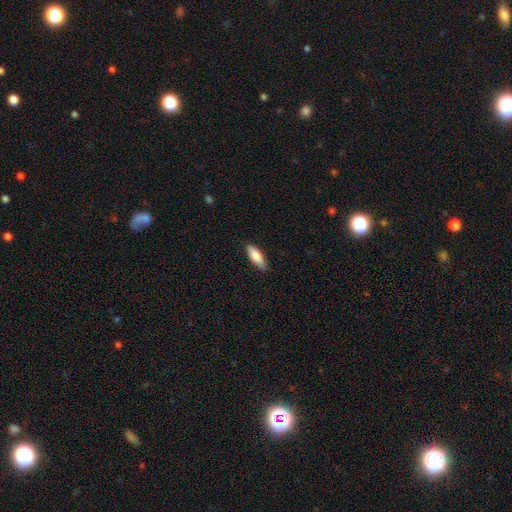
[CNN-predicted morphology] Overall: smooth (81%). How rounded: in between (60%; cigar-shaped 38%). Merging: none (86%).